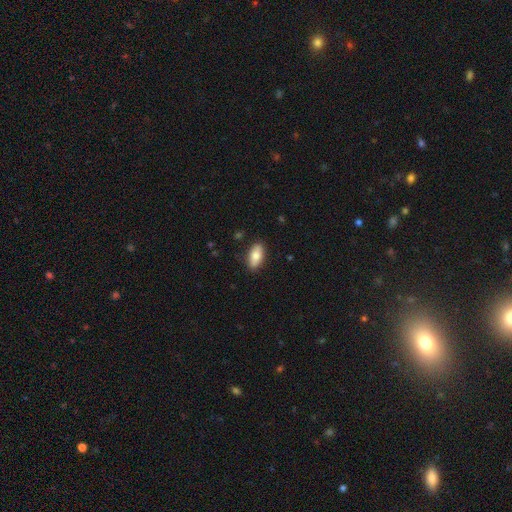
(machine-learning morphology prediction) A smooth galaxy with no disk features (78%) that is in between round and cigar-shaped (87%).

Vote fractions:
- Smooth or featured? smooth: 78% / featured or disk: 16% / star or artifact: 6%
- How rounded? in between: 87% / cigar-shaped: 11% / round: 3%
- Merging? none: 87% / minor disturbance: 10% / major disturbance: 2% / merger: 1%